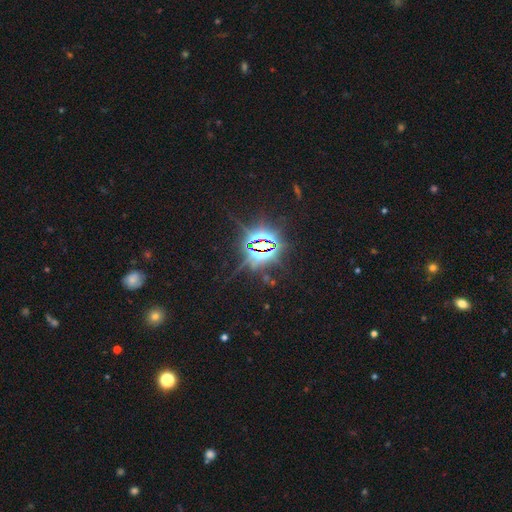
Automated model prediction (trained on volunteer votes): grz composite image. It shows a star or artifact, not a galaxy (85%).